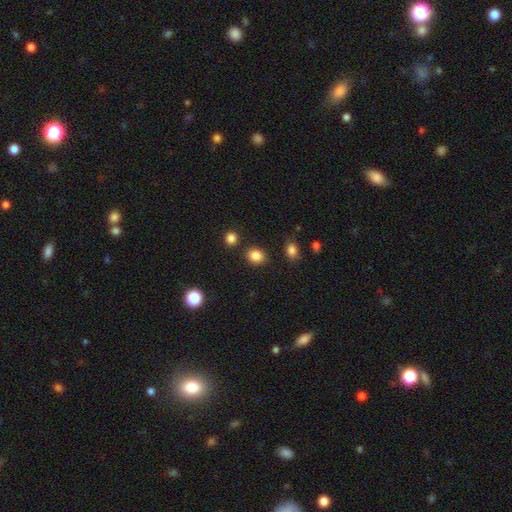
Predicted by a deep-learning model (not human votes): smooth_or_featured: smooth (p=0.85) [alt: star or artifact p=0.11]
how_rounded: round (p=0.57) [alt: in between p=0.42]
merging: none (p=0.84) [alt: minor disturbance p=0.09]